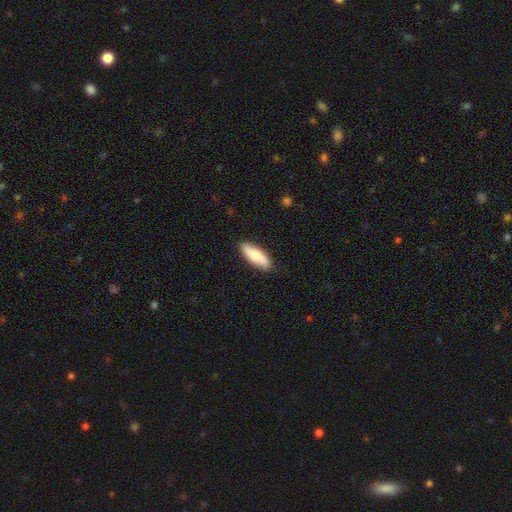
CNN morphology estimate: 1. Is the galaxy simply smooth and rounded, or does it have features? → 75% smooth, 19% featured or disk, 5% star or artifact.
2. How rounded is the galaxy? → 61% in between, 37% cigar-shaped, 2% round.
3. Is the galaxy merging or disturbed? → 86% none, 11% minor disturbance, 2% major disturbance, 1% merger.